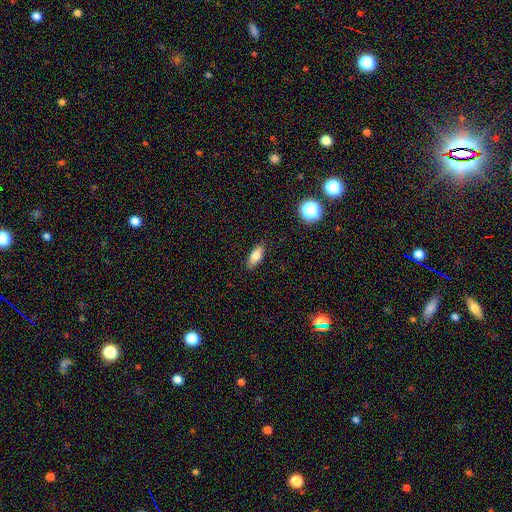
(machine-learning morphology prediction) Overall: smooth (80%). How rounded: in between (74%). Merging: none (87%).